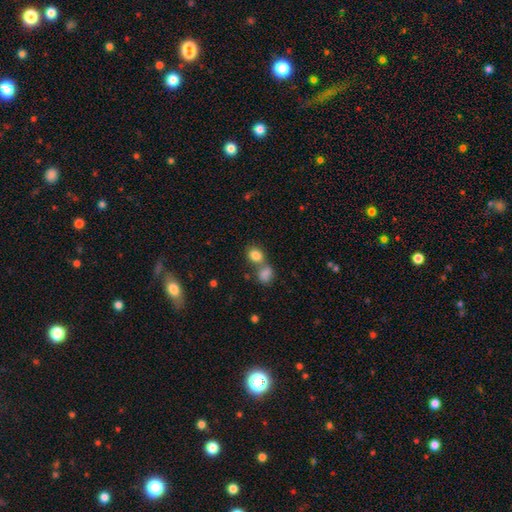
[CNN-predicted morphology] Smooth or featured? Predicted: smooth (p=0.83). How rounded? Predicted: round (p=0.54). Merging? Predicted: none (p=0.45).